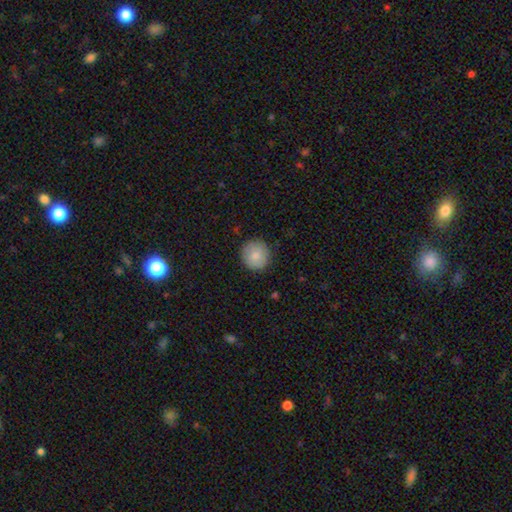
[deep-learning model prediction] Smooth or featured?
  - smooth: 84% *
  - featured or disk: 9%
  - star or artifact: 7%
How rounded?
  - round: 94% *
  - in between: 5%
  - cigar-shaped: 1%
Merging?
  - none: 88% *
  - minor disturbance: 9%
  - major disturbance: 2%
  - merger: 1%